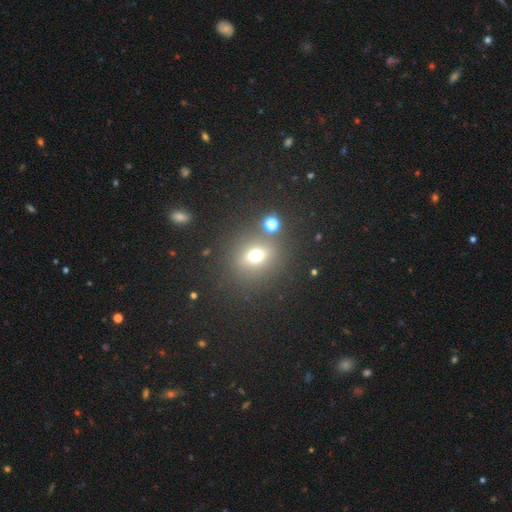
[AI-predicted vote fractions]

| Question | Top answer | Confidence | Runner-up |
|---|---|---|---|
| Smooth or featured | smooth | 61% | star or artifact (24%) |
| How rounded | round | 72% | in between (26%) |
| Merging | none | 75% | minor disturbance (10%) |